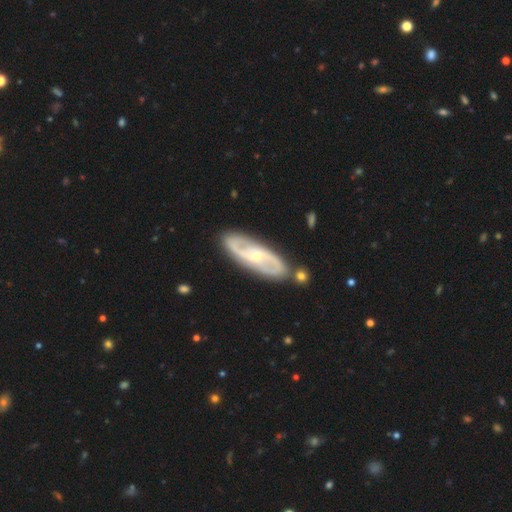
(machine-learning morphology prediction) The model was most divided on "bar": weak: 44%, no: 39%, strong: 17%. Remaining: spiral arms — yes (94%); edge-on disk — no (91%); spiral arm count — 2 (86%); smooth or featured — featured or disk (84%); merging — none (82%); bulge size — small (57%); spiral winding — medium (49%).